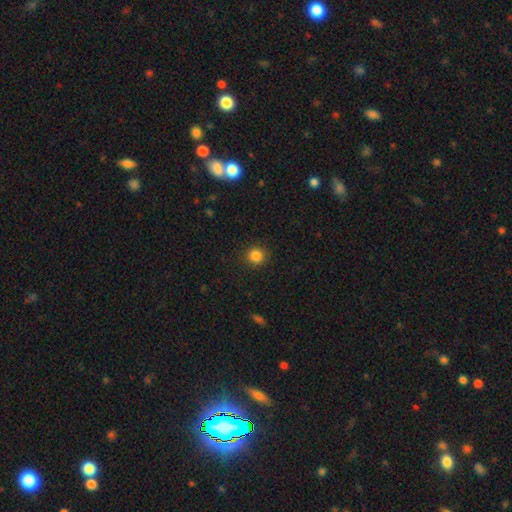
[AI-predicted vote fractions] This is clearly a smooth galaxy (85%). How rounded: clearly round (91%). Merging: clearly none (90%).